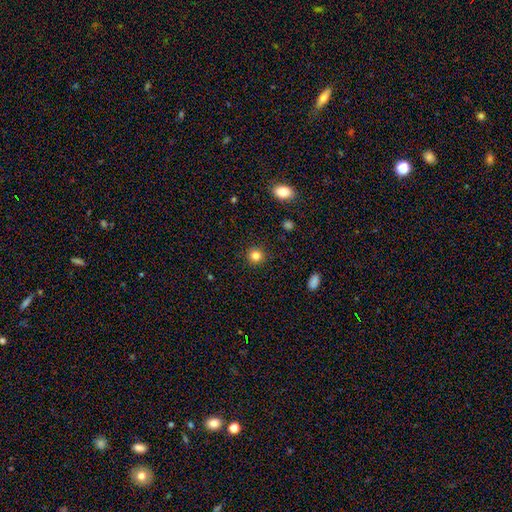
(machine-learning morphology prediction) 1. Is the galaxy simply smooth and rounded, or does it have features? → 83% smooth, 12% star or artifact, 5% featured or disk.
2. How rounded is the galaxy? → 93% round, 6% in between, 1% cigar-shaped.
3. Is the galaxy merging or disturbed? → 92% none, 5% minor disturbance, 2% major disturbance, 1% merger.